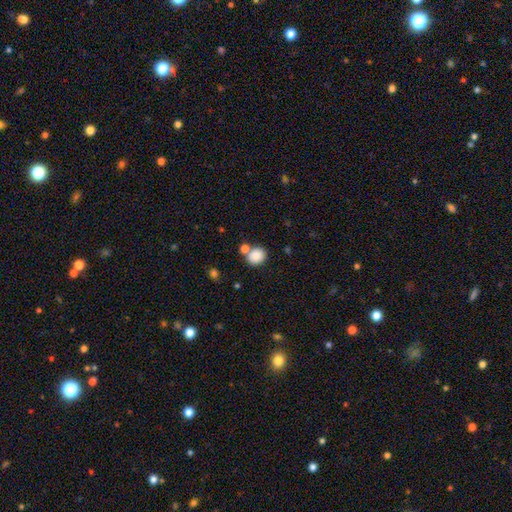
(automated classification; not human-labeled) This is clearly a smooth galaxy (86%). How rounded: likely round (73%). Merging: likely none (65%).